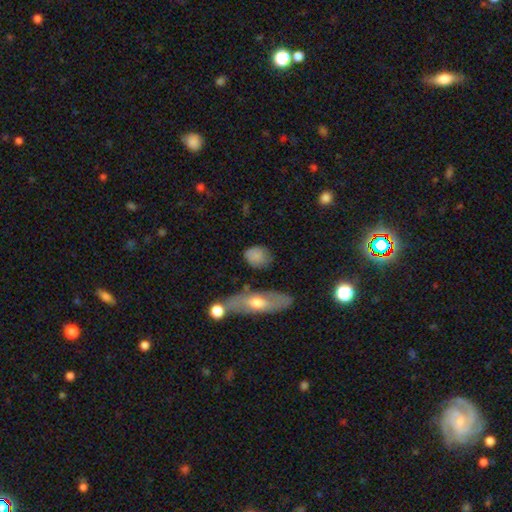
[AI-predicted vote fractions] smooth-or-featured: smooth: 75% | featured or disk: 17% | star or artifact: 8%
  how-rounded: round: 48% | in between: 47% | cigar-shaped: 5%
  merging: none: 64% | minor disturbance: 22% | major disturbance: 8% | merger: 6%